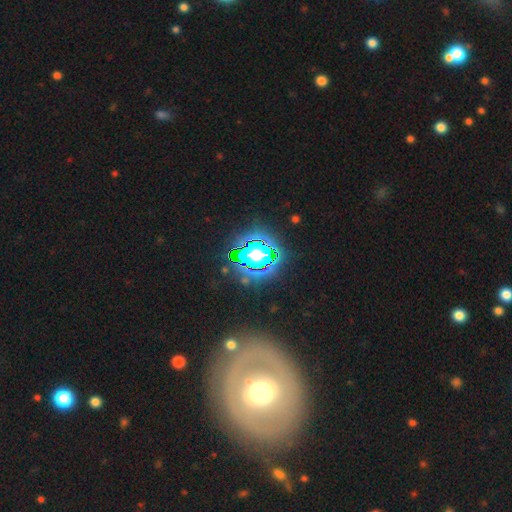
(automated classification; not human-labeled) This appears to be a featured or disk galaxy (42%). Merging: none (79%).